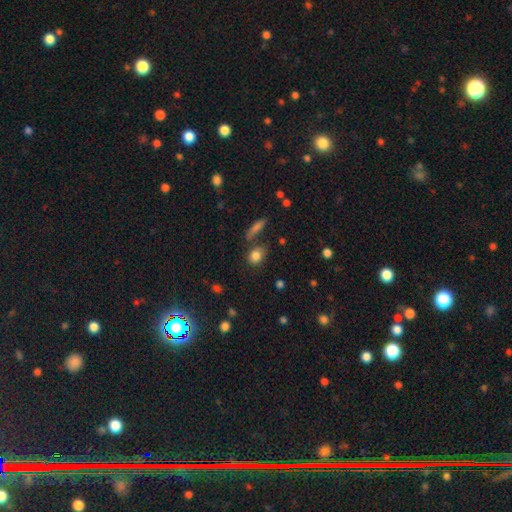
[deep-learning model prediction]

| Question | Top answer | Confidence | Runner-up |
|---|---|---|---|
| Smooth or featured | smooth | 82% | star or artifact (11%) |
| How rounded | round | 57% | in between (39%) |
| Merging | none | 66% | minor disturbance (16%) |